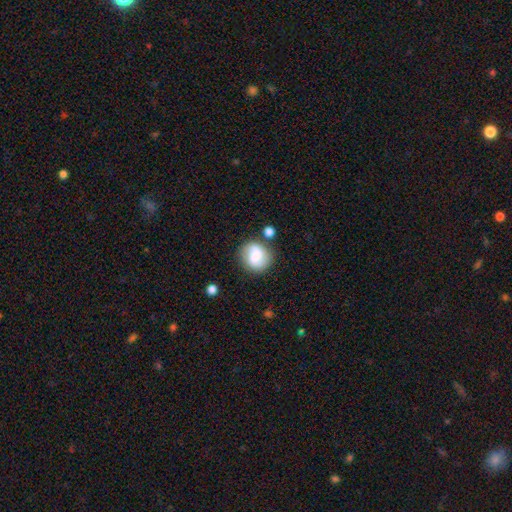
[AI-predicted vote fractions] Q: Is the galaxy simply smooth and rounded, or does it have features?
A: smooth — 58%.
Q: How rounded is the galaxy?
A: round — 85%.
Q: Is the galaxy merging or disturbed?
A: none — 69%.